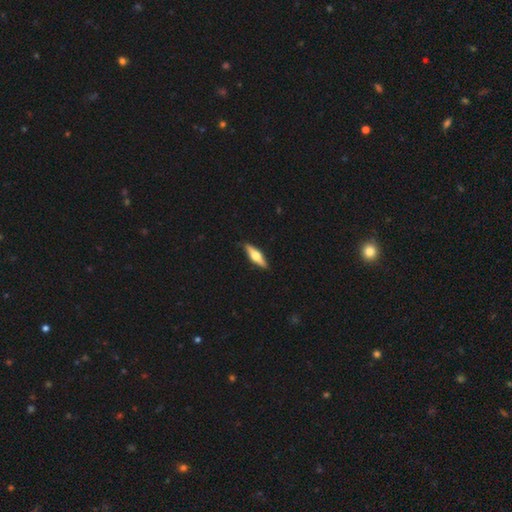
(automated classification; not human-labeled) This appears to be a featured or disk galaxy (62%) viewed edge-on (96%) with a rounded central bulge (94%). Merging: none (90%).